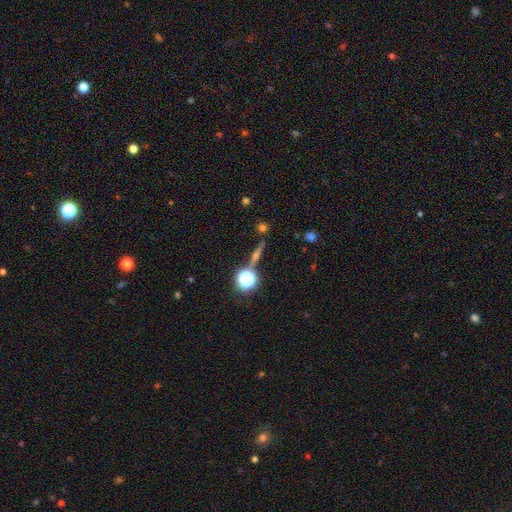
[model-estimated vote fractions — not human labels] featured or disk 39%, smooth 30%, star or artifact 30%. Down the decision tree: merging — none (81%).